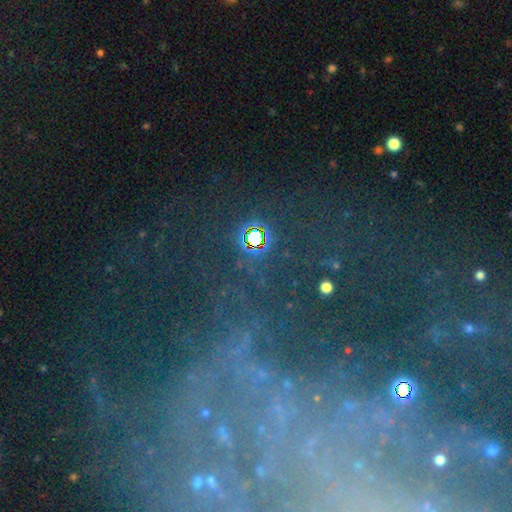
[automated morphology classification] The model was most divided on "smooth or featured": star or artifact: 50%, featured or disk: 29%, smooth: 21%.